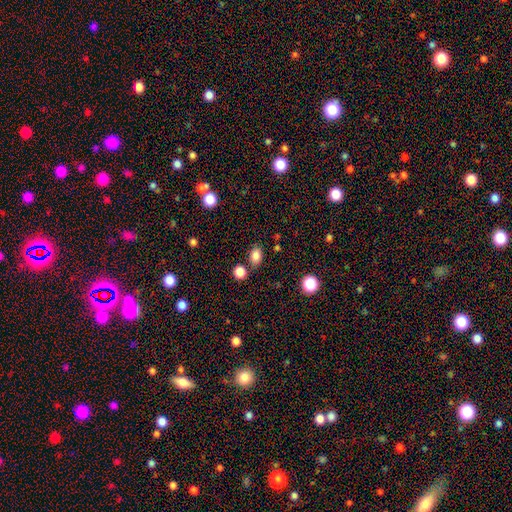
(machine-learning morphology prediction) smooth 83%, star or artifact 11%, featured or disk 6%. Down the decision tree: how rounded — in between (73%); merging — none (77%).